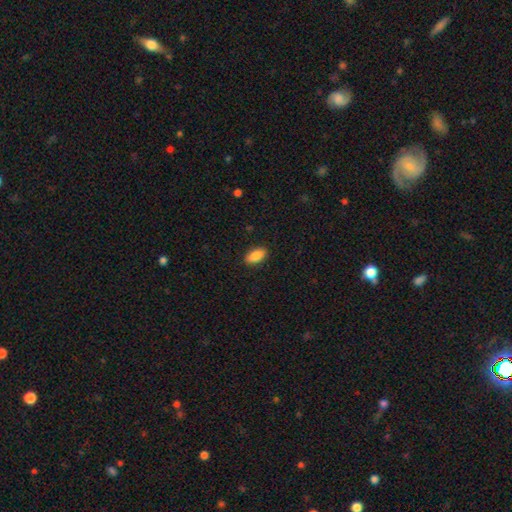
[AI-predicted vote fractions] The model was most divided on "smooth or featured": smooth: 87%, star or artifact: 7%, featured or disk: 6%. More confident: how rounded — in between (90%); merging — none (89%).